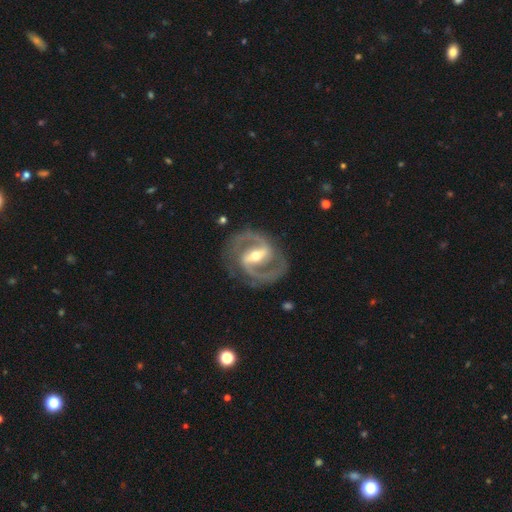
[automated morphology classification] smooth-or-featured: featured or disk: 92% | star or artifact: 5% | smooth: 4%
  disk-edge-on: no: 97% | yes: 3%
    bar: strong: 57% | weak: 32% | no: 10%
    has-spiral-arms: yes: 97% | no: 3%
      spiral-winding: medium: 56% | tight: 33% | loose: 11%
      spiral-arm-count: 2: 93% | 3: 2% | can't tell: 2% | 1: 1% | 4: 1% | more than 4: 1%
    bulge-size: moderate: 57% | small: 37% | large: 4% | none: 1% | dominant: 1%
  merging: none: 83% | minor disturbance: 11% | major disturbance: 4% | merger: 1%